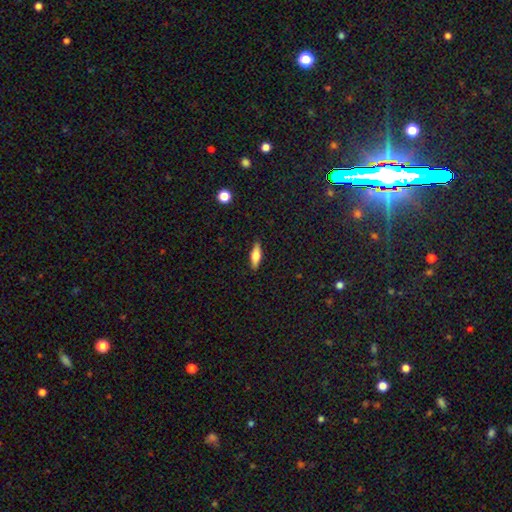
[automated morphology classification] Smooth or featured? smooth (61%)
How rounded? in between (50%)
Merging? none (88%)